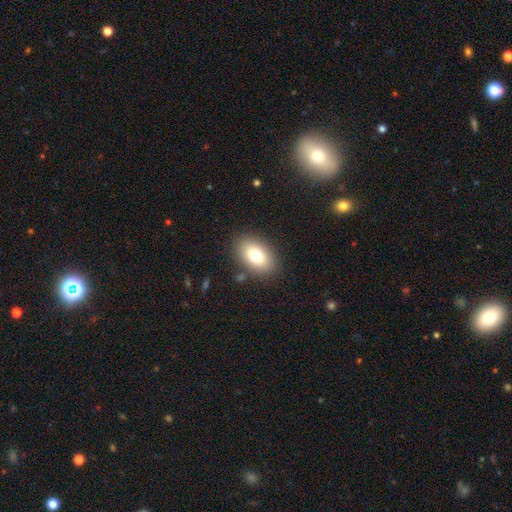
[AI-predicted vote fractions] This is likely a smooth galaxy (78%). How rounded: clearly in between (88%). Merging: clearly none (85%).